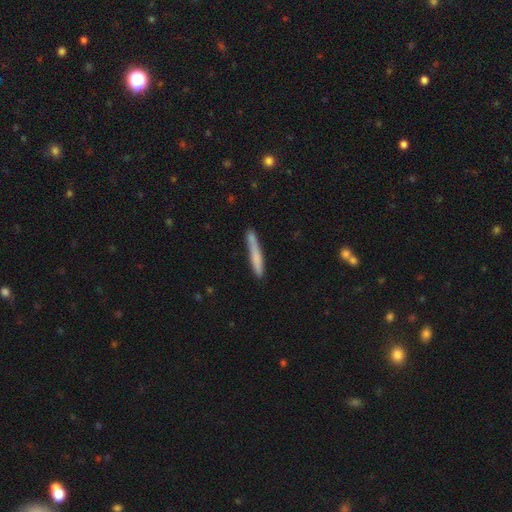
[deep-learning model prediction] Smooth or featured? smooth (70%)
How rounded? cigar-shaped (96%)
Merging? none (75%)